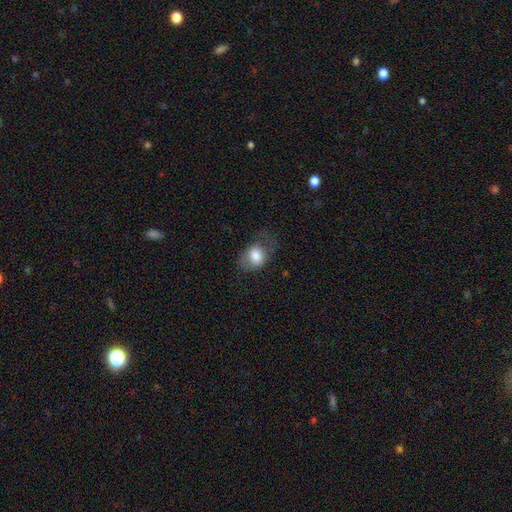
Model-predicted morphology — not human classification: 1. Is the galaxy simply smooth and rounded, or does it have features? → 75% smooth, 17% featured or disk, 8% star or artifact.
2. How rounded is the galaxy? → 66% in between, 33% round, 1% cigar-shaped.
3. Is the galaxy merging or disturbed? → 44% none, 28% minor disturbance, 26% major disturbance, 2% merger.